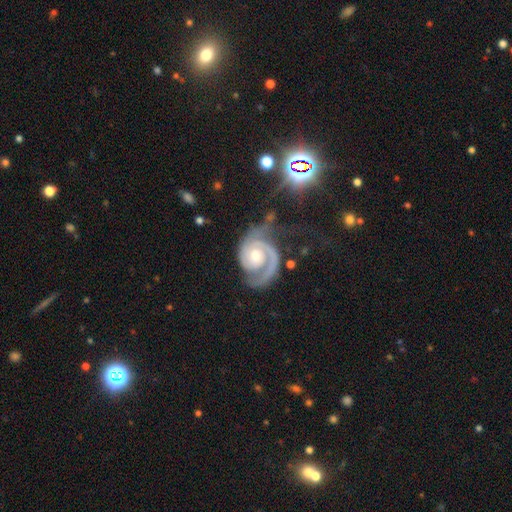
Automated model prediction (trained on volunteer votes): Smooth or featured?
  - featured or disk: 90% *
  - smooth: 5%
  - star or artifact: 4%
Edge-on disk?
  - no: 98% *
  - yes: 2%
Bar?
  - no: 71% *
  - weak: 23%
  - strong: 6%
Spiral arms?
  - yes: 98% *
  - no: 2%
Spiral winding?
  - tight: 56% *
  - medium: 35%
  - loose: 9%
Spiral arm count?
  - 2: 54% *
  - 1: 33%
  - can't tell: 5%
  - 3: 4%
  - 4: 2%
  - more than 4: 2%
Bulge size?
  - moderate: 61% *
  - small: 33%
  - large: 4%
  - none: 1%
  - dominant: 1%
Merging?
  - none: 53% *
  - major disturbance: 21%
  - minor disturbance: 21%
  - merger: 4%